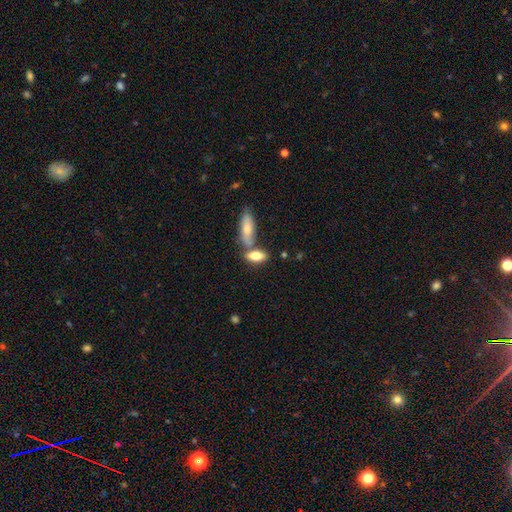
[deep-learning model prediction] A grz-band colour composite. It shows a smooth galaxy with no disk features (75%) that is in between round and cigar-shaped (77%). Merging: none (50%).